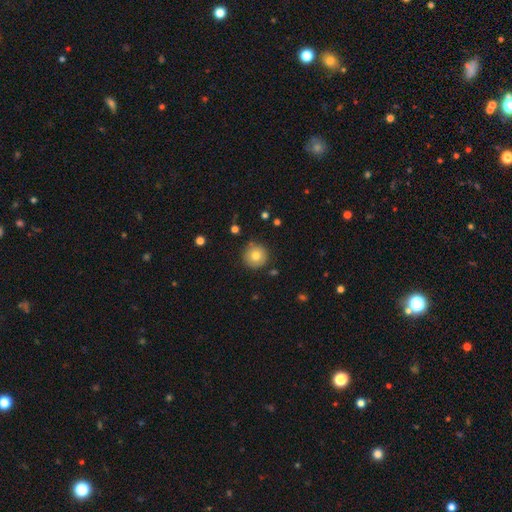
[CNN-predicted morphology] Smooth or featured? Predicted: smooth (p=0.78). How rounded? Predicted: round (p=0.96). Merging? Predicted: none (p=0.88).